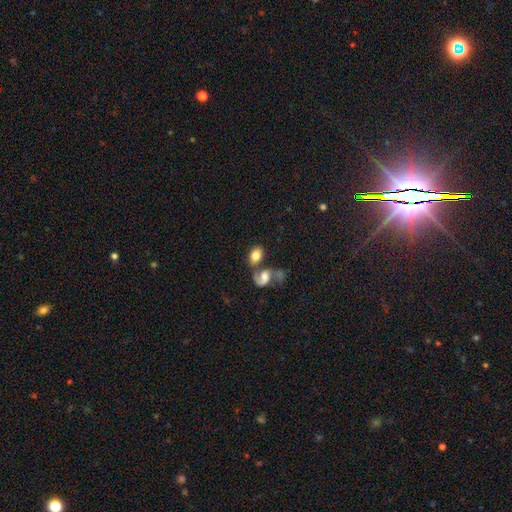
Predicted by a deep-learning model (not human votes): A smooth galaxy with no disk features (72%) that is in between round and cigar-shaped (76%). Merging: none (43%).